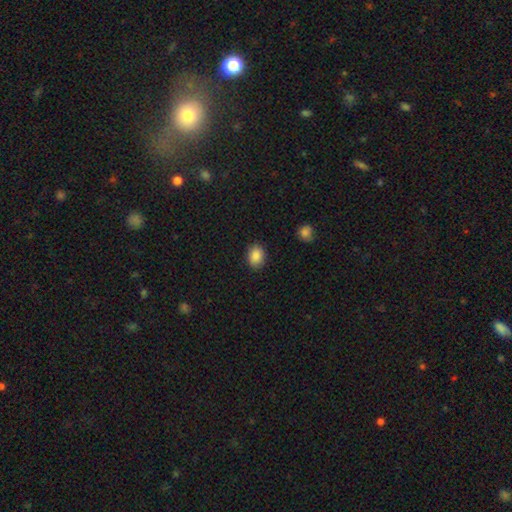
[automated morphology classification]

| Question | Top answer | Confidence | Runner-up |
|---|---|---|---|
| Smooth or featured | smooth | 87% | star or artifact (8%) |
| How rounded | in between | 62% | round (37%) |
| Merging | none | 88% | minor disturbance (9%) |